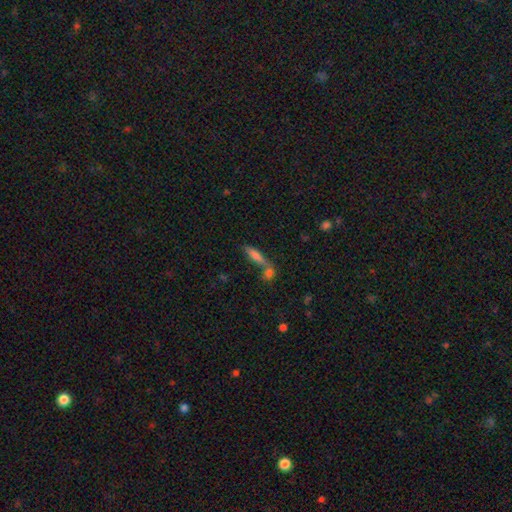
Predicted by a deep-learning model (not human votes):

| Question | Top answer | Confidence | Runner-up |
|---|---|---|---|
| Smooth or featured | smooth | 63% | featured or disk (26%) |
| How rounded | cigar-shaped | 69% | in between (27%) |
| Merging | none | 48% | merger (39%) |